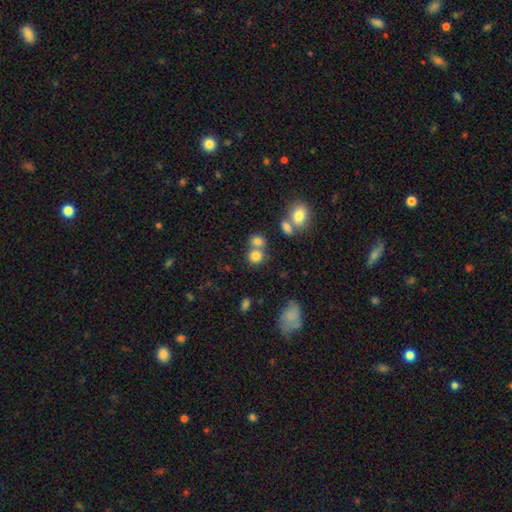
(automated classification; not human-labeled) Overall: smooth (78%). How rounded: round (78%). Merging: none (48%; merger 39%).